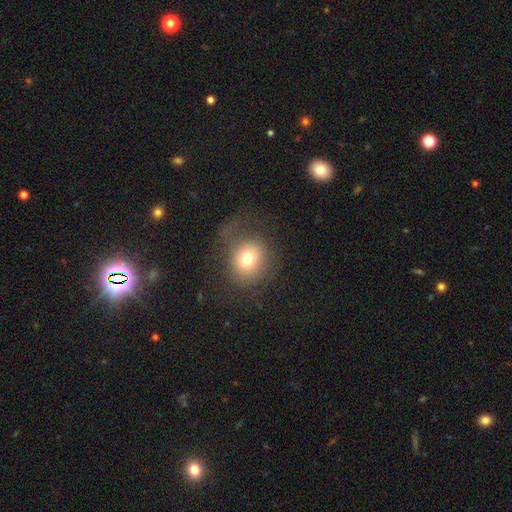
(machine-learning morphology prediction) This appears to be a smooth galaxy with no disk features (56%) that is round (76%). Merging: none (63%).